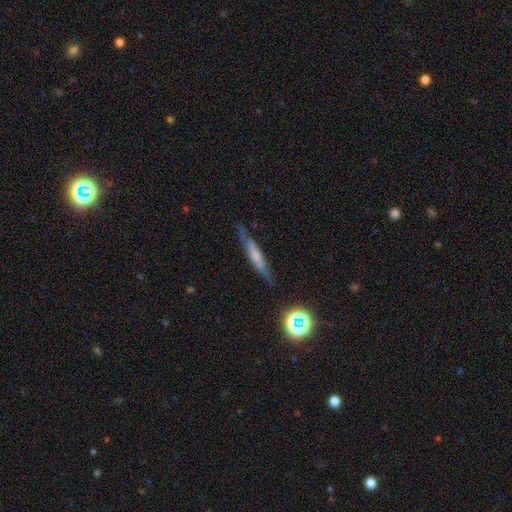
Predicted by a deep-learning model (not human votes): Smooth or featured: featured or disk — 46% (smooth — 44%)
Merging: none — 73% (minor disturbance — 19%)